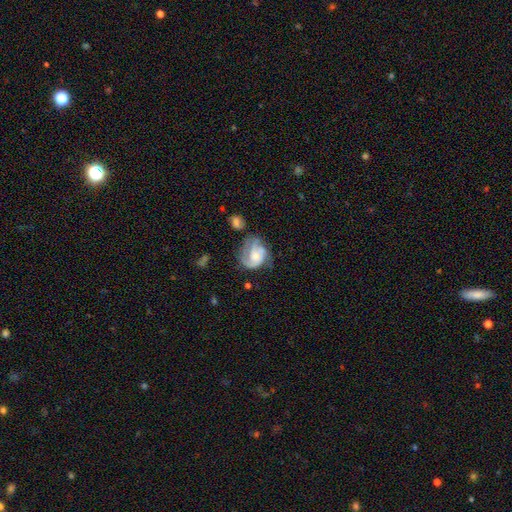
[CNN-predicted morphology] Smooth or featured: featured or disk — 66% (smooth — 27%)
Edge-on disk: no — 98% (yes — 2%)
Bar: no — 66% (weak — 28%)
Spiral arms: yes — 85% (no — 15%)
Spiral winding: medium — 41% (tight — 39%)
Spiral arm count: 2 — 49% (can't tell — 21%)
Bulge size: moderate — 38% (small — 33%)
Merging: none — 41% (minor disturbance — 27%)